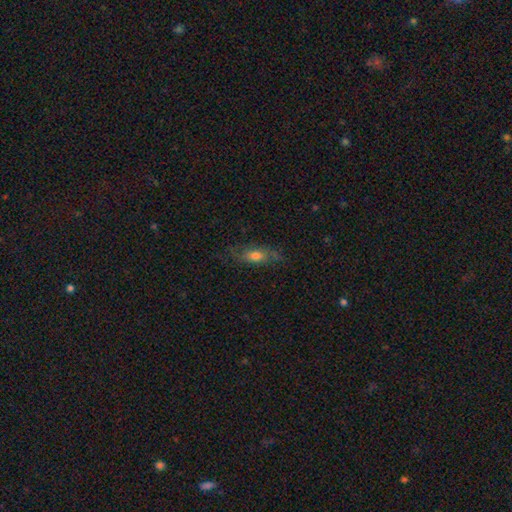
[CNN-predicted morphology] Overall: smooth (58%; featured or disk 33%). How rounded: in between (67%; cigar-shaped 28%). Merging: none (64%).